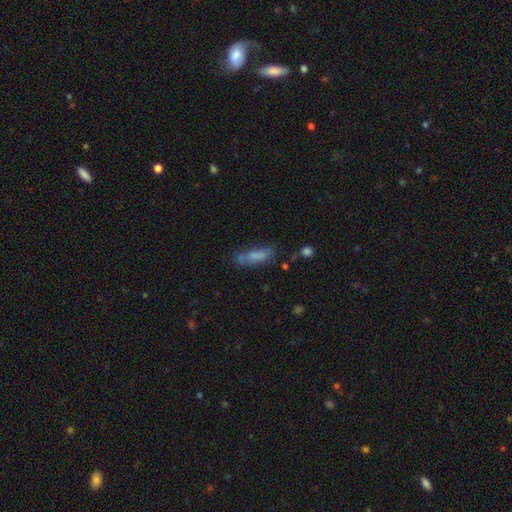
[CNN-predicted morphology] Smooth or featured?
  - smooth: 70% *
  - featured or disk: 19%
  - star or artifact: 11%
How rounded?
  - cigar-shaped: 55% *
  - in between: 42%
  - round: 2%
Merging?
  - none: 53% *
  - minor disturbance: 23%
  - merger: 13%
  - major disturbance: 11%